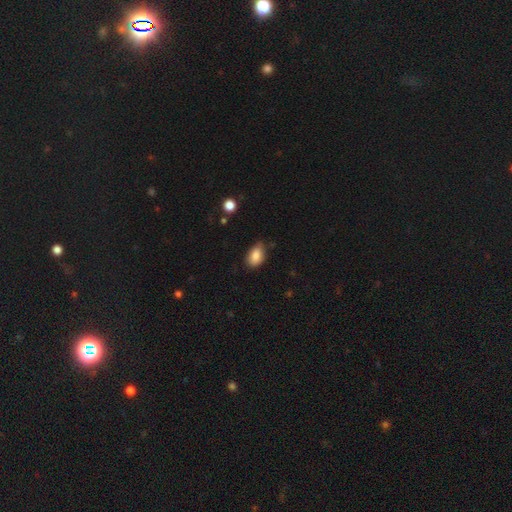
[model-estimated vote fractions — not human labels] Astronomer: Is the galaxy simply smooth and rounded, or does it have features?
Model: smooth — 85%.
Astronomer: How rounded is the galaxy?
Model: in between — 88%.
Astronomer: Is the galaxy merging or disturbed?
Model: none — 66%.